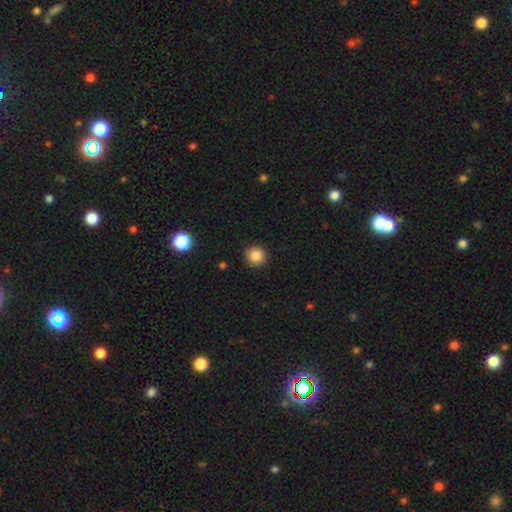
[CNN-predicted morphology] smooth_or_featured: smooth (p=0.86) [alt: star or artifact p=0.10]
how_rounded: round (p=0.93) [alt: in between p=0.06]
merging: none (p=0.92) [alt: minor disturbance p=0.06]